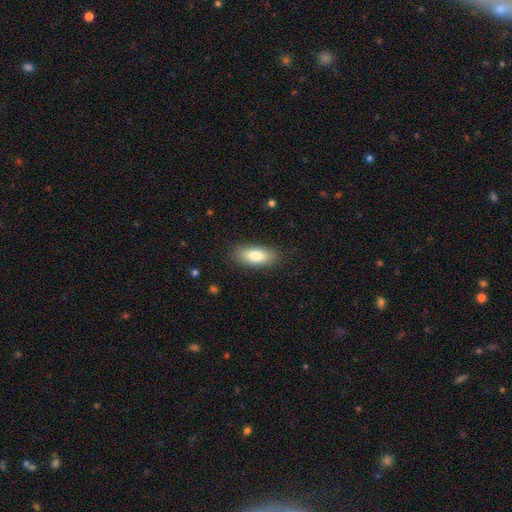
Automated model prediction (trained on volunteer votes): smooth-or-featured: smooth: 81% | featured or disk: 12% | star or artifact: 7%
  how-rounded: in between: 82% | cigar-shaped: 15% | round: 3%
  merging: none: 86% | minor disturbance: 10% | major disturbance: 3% | merger: 1%